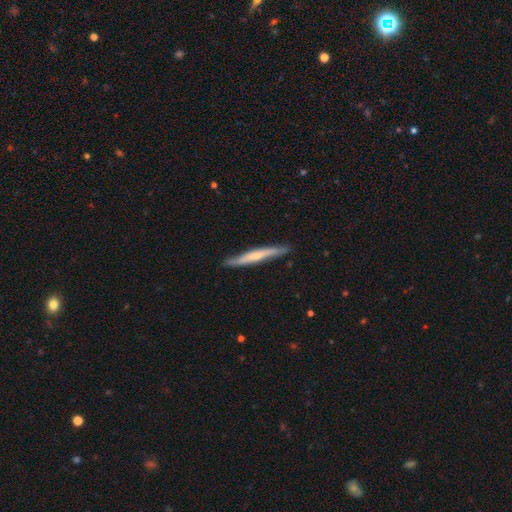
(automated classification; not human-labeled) Morphology: type=featured or disk (50%); edge-on=yes (91%); merging=none (85%).